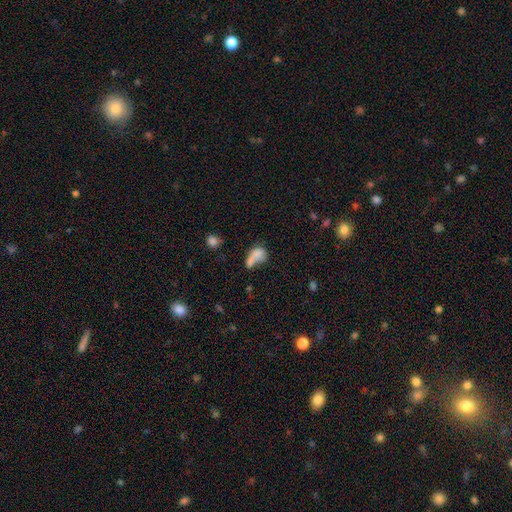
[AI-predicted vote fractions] A smooth galaxy with no disk features (74%) that is in between round and cigar-shaped (64%).

Vote fractions:
- Smooth or featured? smooth: 74% / featured or disk: 15% / star or artifact: 11%
- How rounded? in between: 64% / round: 33% / cigar-shaped: 3%
- Merging? merger: 47% / none: 22% / major disturbance: 17% / minor disturbance: 14%